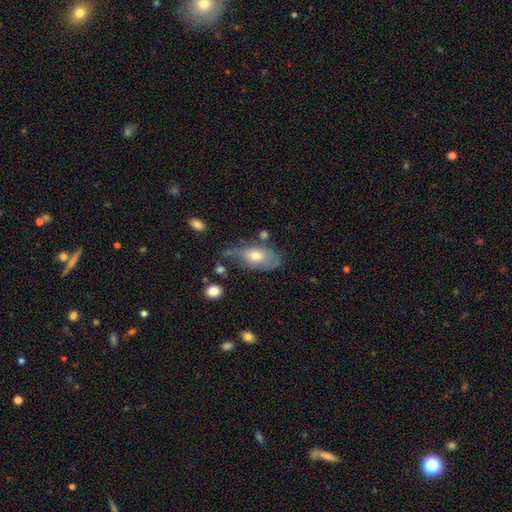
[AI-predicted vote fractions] Overall: smooth (50%; featured or disk 43%). Merging: none (38%; minor disturbance 32%).